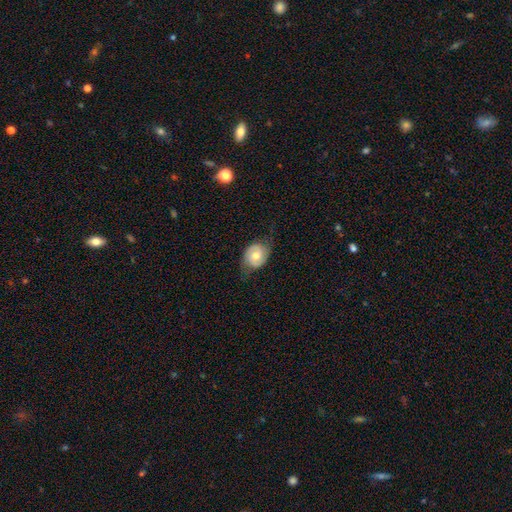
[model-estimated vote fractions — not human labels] featured or disk 52%, smooth 41%, star or artifact 7%. Down the decision tree: edge-on disk — no (96%); bar — no (68%); spiral arms — yes (79%); bulge size — moderate (72%); merging — none (66%).